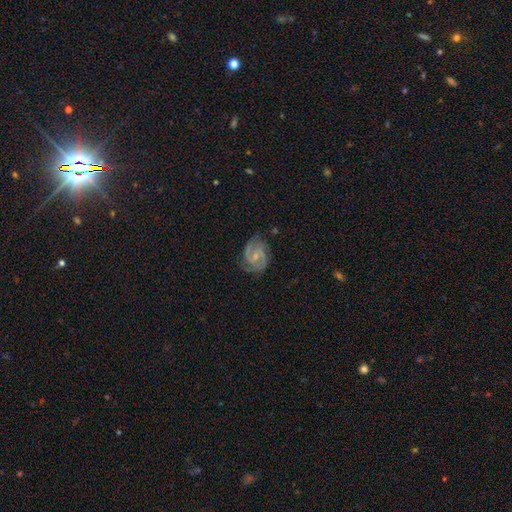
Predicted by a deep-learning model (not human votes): Smooth or featured? featured or disk (89%)
Edge-on disk? no (98%)
Bar? weak (49%)
Spiral arms? yes (98%)
Spiral winding? medium (50%)
Spiral arm count? 2 (82%)
Bulge size? small (62%)
Merging? none (77%)